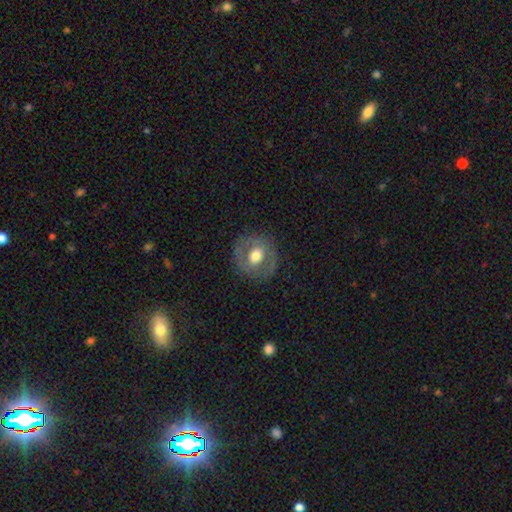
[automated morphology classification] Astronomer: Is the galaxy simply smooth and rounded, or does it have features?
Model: smooth — 46%, tied with featured or disk at 46%.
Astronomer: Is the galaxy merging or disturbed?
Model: none — 80%.